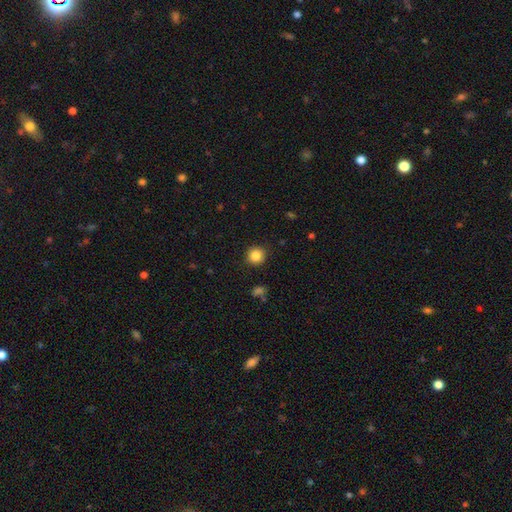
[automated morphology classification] smooth 85%, star or artifact 10%, featured or disk 5%. Down the decision tree: how rounded — round (93%); merging — none (90%).